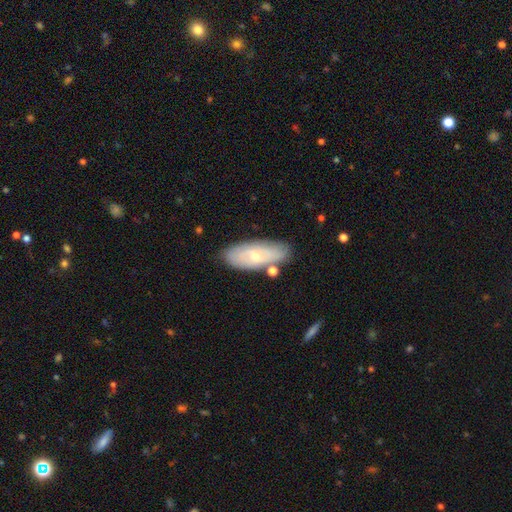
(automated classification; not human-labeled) Smooth or featured? featured or disk (48%)
Merging? none (75%)